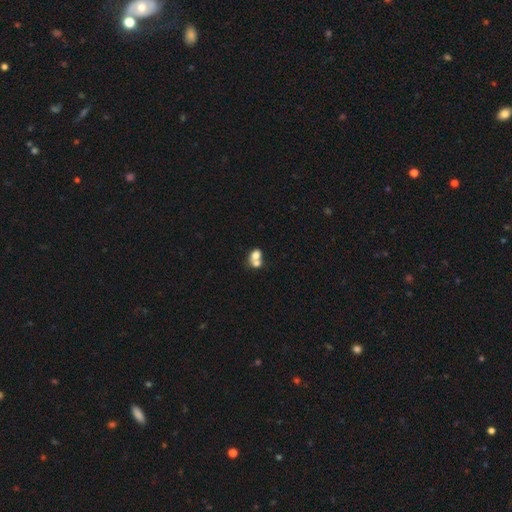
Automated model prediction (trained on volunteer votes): This appears to be a smooth galaxy with no disk features (71%) that is in between round and cigar-shaped (51%). Merging: merger (67%).